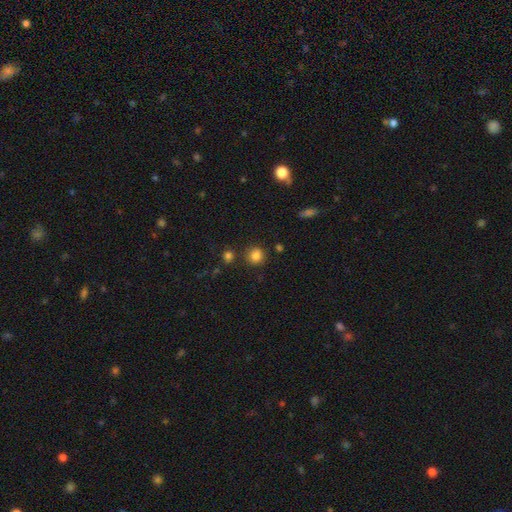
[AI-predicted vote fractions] The model was most divided on "smooth or featured": smooth: 82%, star or artifact: 13%, featured or disk: 5%. More confident: how rounded — round (88%); merging — none (83%).